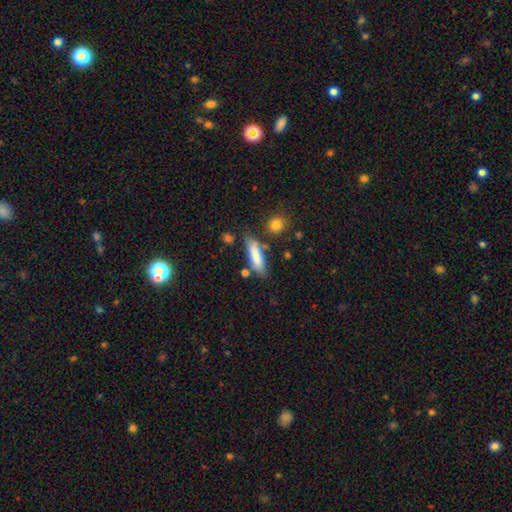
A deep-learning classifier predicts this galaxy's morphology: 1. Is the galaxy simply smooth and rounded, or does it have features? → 79% smooth, 14% featured or disk, 7% star or artifact.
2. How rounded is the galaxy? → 62% cigar-shaped, 36% in between, 2% round.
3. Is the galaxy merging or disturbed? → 69% none, 17% minor disturbance, 8% merger, 5% major disturbance.